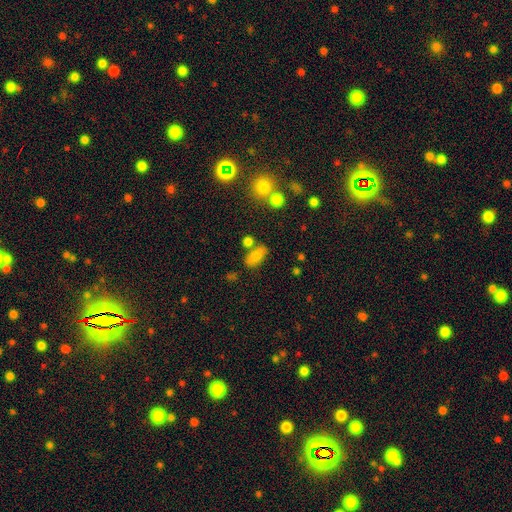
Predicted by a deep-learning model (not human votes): smooth-or-featured: smooth: 78% | star or artifact: 11% | featured or disk: 11%
  how-rounded: in between: 85% | cigar-shaped: 8% | round: 7%
  merging: none: 64% | minor disturbance: 16% | merger: 15% | major disturbance: 6%